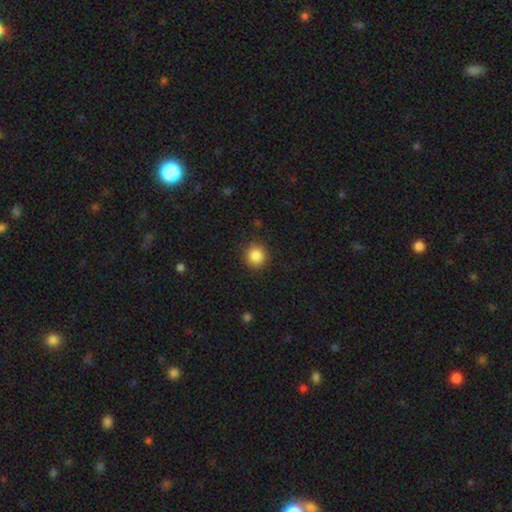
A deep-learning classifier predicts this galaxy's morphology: Overall: smooth (86%). How rounded: round (92%). Merging: none (90%).